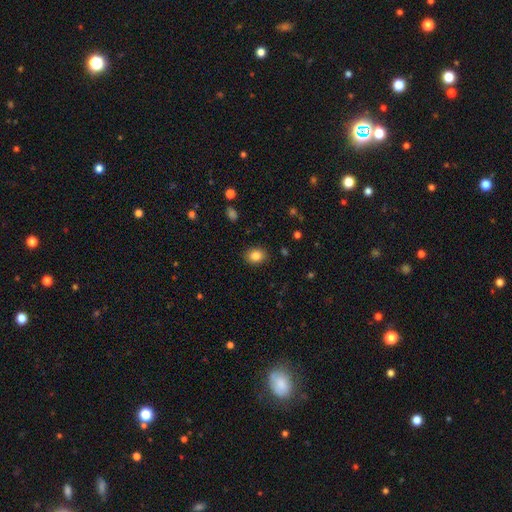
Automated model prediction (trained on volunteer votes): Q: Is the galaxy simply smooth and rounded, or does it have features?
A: smooth — 84%.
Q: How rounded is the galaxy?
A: round — 51%.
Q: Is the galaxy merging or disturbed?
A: none — 89%.